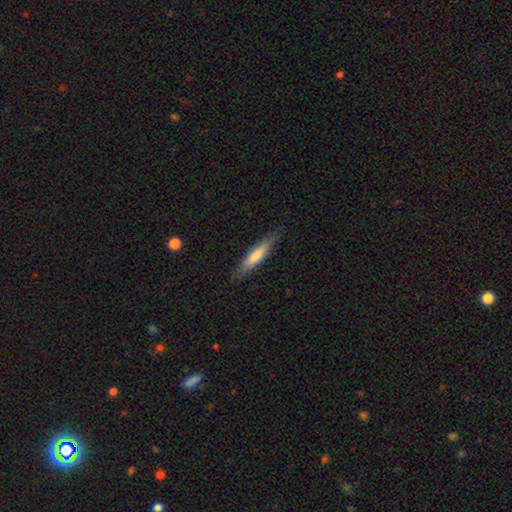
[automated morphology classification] This appears to be a smooth galaxy with no disk features (64%) that is cigar-shaped (89%). Merging: none (86%).